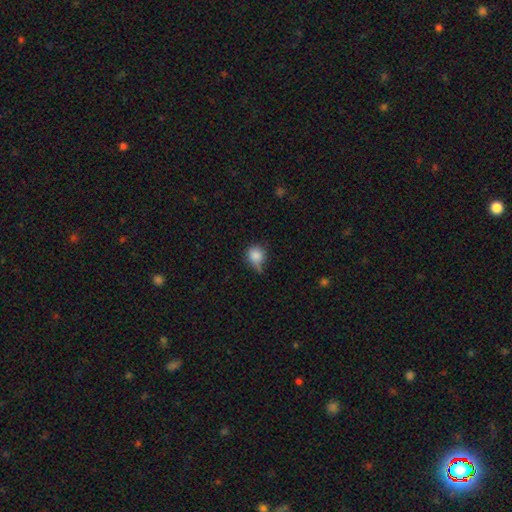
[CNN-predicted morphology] smooth_or_featured: smooth (p=0.80) [alt: star or artifact p=0.10]
how_rounded: round (p=0.74) [alt: in between p=0.24]
merging: none (p=0.40) [tied with: minor disturbance p=0.40]